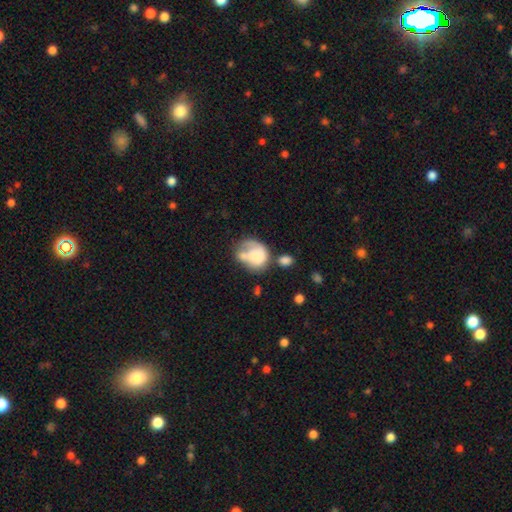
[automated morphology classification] This appears to be a smooth galaxy with no disk features (59%) that is round (53%). Merging: merger (28%).